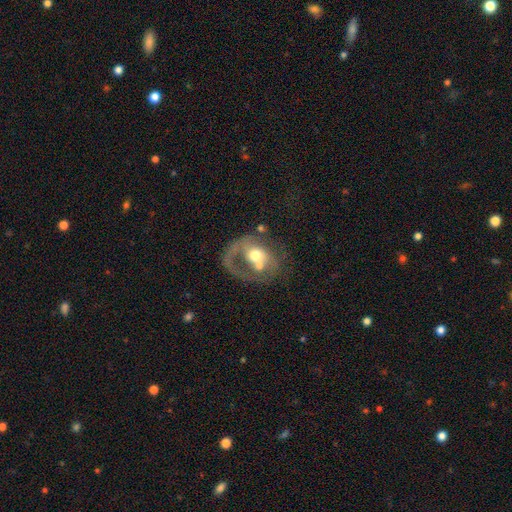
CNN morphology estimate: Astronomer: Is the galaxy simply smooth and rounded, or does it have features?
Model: featured or disk — 63%.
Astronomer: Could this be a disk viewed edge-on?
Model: no — 96%.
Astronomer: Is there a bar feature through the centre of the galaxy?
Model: no — 74%.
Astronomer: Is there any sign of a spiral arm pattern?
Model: yes — 51% (runner-up: no, 49%).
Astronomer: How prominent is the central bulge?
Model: moderate — 69%.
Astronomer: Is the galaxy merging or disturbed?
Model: major disturbance — 31% (runner-up: none, 28%).